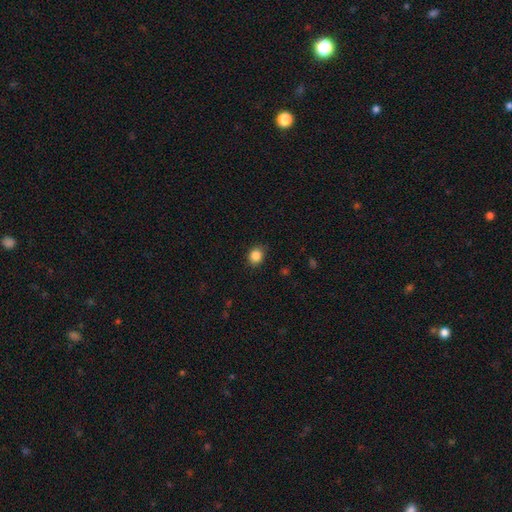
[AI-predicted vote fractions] Smooth or featured: smooth — 87% (star or artifact — 10%)
How rounded: round — 70% (in between — 29%)
Merging: none — 85% (minor disturbance — 11%)